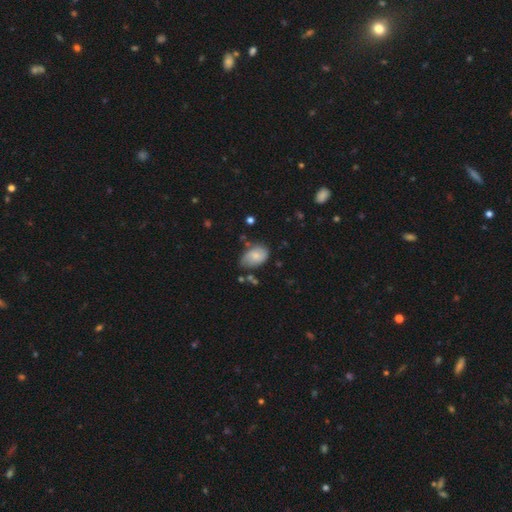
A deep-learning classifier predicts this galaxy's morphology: Smooth or featured?
  - smooth: 68% *
  - featured or disk: 24%
  - star or artifact: 8%
How rounded?
  - in between: 85% *
  - round: 13%
  - cigar-shaped: 1%
Merging?
  - none: 52% *
  - minor disturbance: 35%
  - major disturbance: 9%
  - merger: 5%